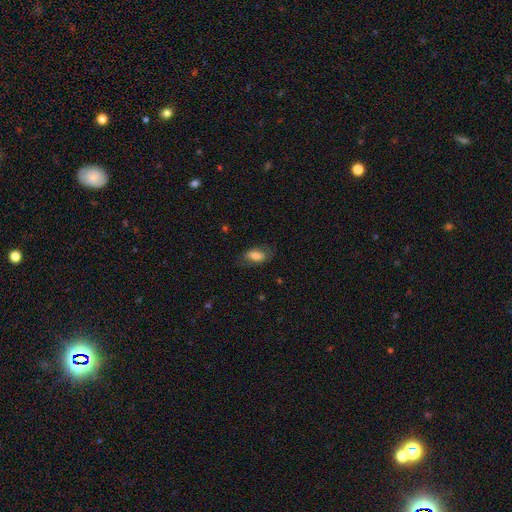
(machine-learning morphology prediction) Smooth or featured?
  - smooth: 75% *
  - featured or disk: 17%
  - star or artifact: 8%
How rounded?
  - in between: 88% *
  - cigar-shaped: 7%
  - round: 4%
Merging?
  - none: 69% *
  - minor disturbance: 21%
  - major disturbance: 10%
  - merger: 1%